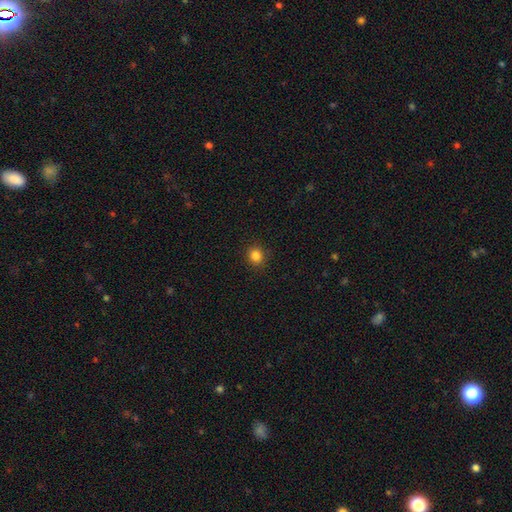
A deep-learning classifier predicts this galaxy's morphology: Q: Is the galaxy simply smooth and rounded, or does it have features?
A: smooth — 84%.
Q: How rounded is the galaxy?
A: round — 83%.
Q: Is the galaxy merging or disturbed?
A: none — 91%.